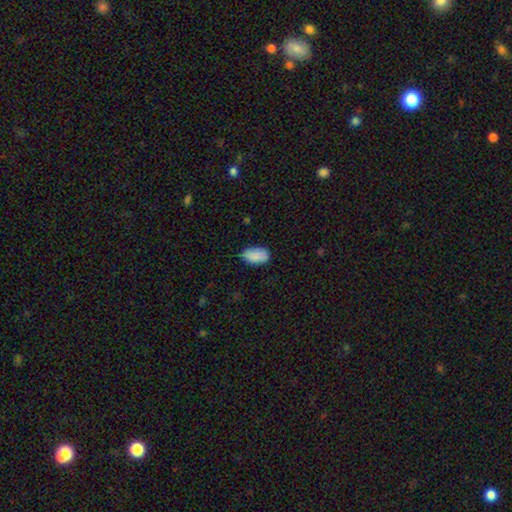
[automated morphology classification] A smooth galaxy with no disk features (88%) that is in between round and cigar-shaped (94%). Merging: none (75%).